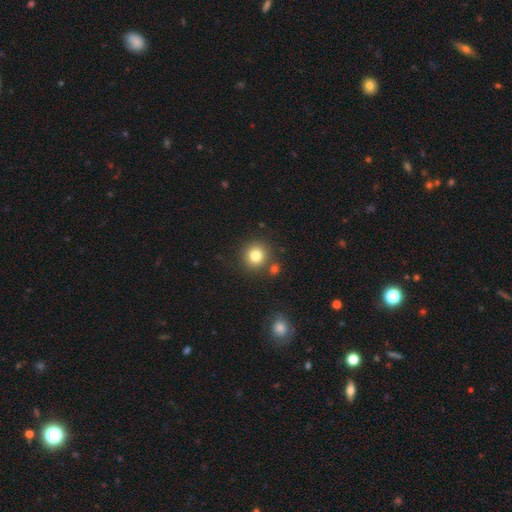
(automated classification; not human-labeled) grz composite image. It shows a smooth galaxy with no disk features (81%) that is round (90%). Merging: none (80%).